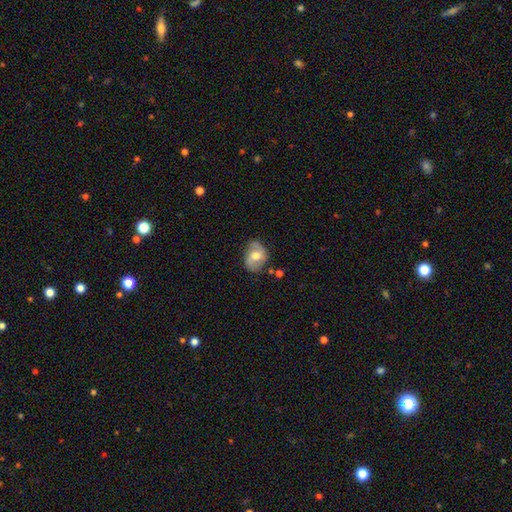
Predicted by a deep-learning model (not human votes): Smooth or featured?
  - featured or disk: 57% *
  - smooth: 36%
  - star or artifact: 7%
Edge-on disk?
  - no: 96% *
  - yes: 4%
Bar?
  - weak: 44% *
  - no: 42%
  - strong: 13%
Spiral arms?
  - yes: 81% *
  - no: 19%
Bulge size?
  - moderate: 71% *
  - small: 15%
  - large: 12%
  - none: 2%
  - dominant: 1%
Merging?
  - none: 64% *
  - minor disturbance: 25%
  - major disturbance: 8%
  - merger: 3%